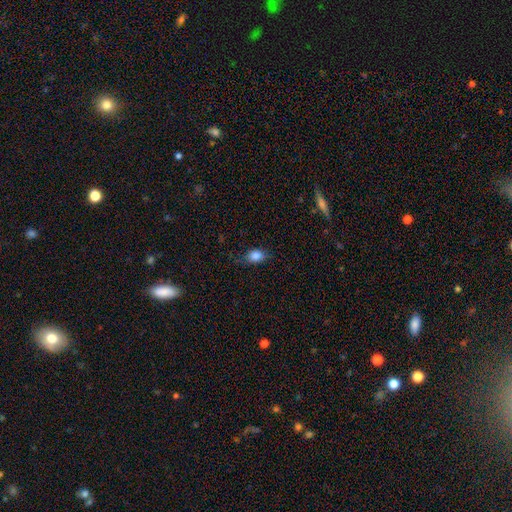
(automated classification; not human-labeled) A smooth galaxy with no disk features (83%) that is in between round and cigar-shaped (77%). Merging: none (68%).